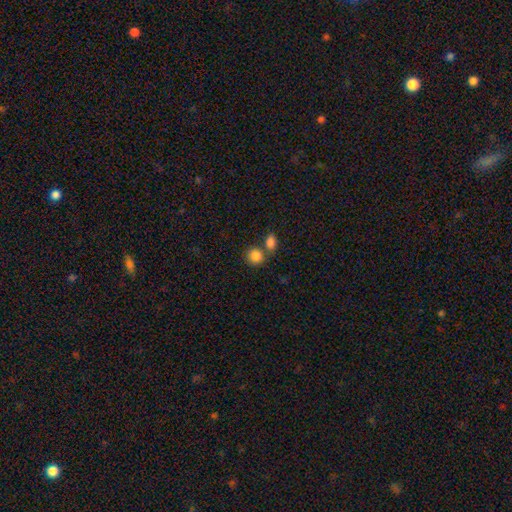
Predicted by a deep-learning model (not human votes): Q: Smooth or featured?
A: smooth (86%); runner-up: star or artifact (9%)
Q: How rounded?
A: round (81%); runner-up: in between (18%)
Q: Merging?
A: none (57%); runner-up: merger (31%)